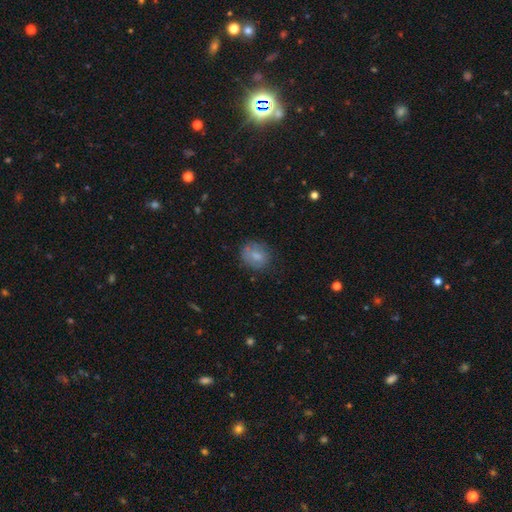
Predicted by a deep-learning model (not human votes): Overall: smooth (74%). How rounded: round (64%; in between 35%). Merging: none (70%).